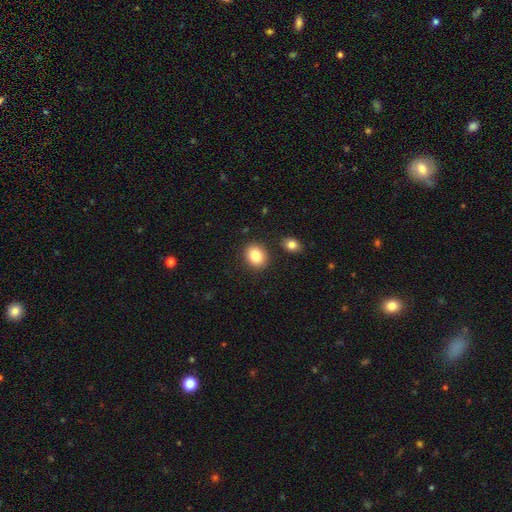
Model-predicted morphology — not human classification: This appears to be a smooth galaxy with no disk features (86%) that is round (56%). Merging: none (86%).